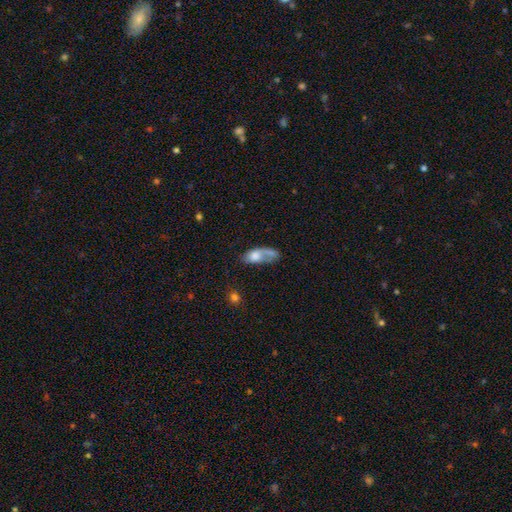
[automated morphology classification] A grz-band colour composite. It shows a smooth galaxy with no disk features (57%) that is in between round and cigar-shaped (79%). Merging: major disturbance (33%).